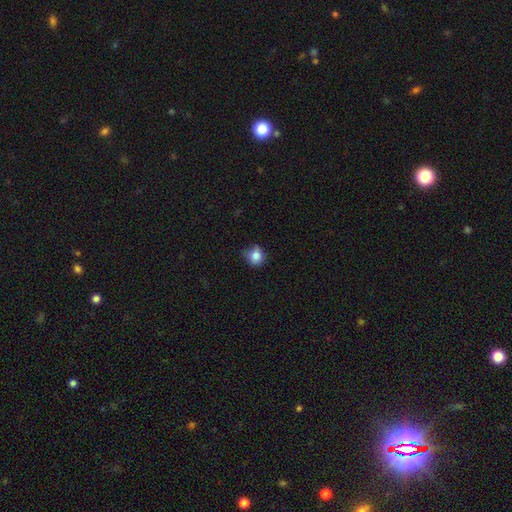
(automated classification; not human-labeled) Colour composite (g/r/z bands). It shows a smooth galaxy with no disk features (81%) that is round (78%). Merging: none (57%).